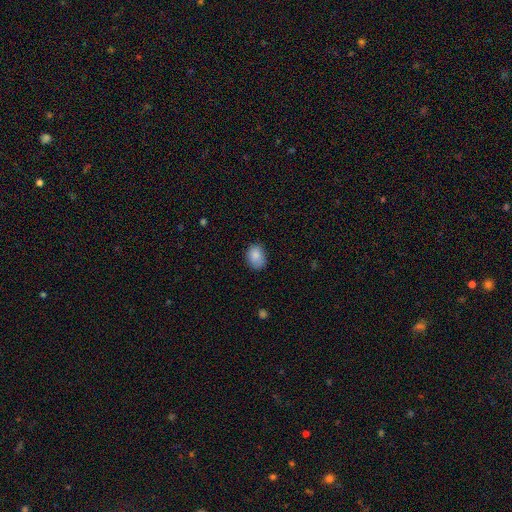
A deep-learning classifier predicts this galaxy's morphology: Smooth or featured? Predicted: smooth (p=0.87). How rounded? Predicted: in between (p=0.65). Merging? Predicted: none (p=0.75).